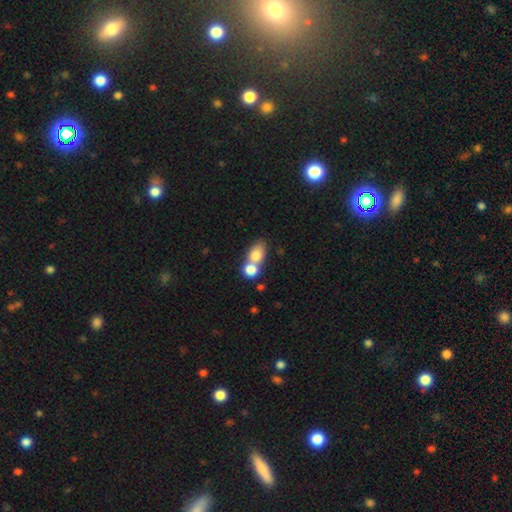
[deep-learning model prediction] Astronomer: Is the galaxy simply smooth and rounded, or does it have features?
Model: smooth — 77%.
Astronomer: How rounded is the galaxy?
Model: in between — 66%.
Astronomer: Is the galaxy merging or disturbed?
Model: merger — 61%.